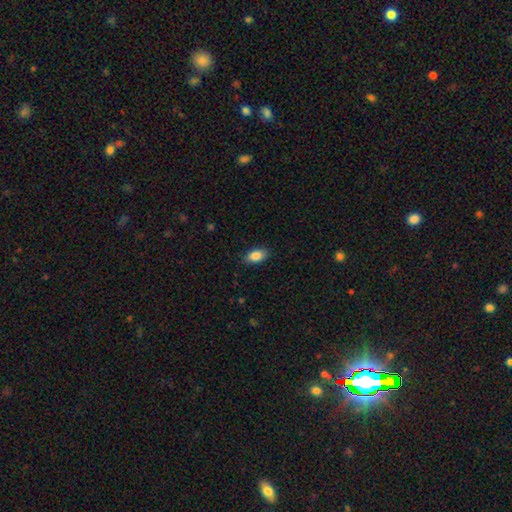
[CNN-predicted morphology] This is clearly a smooth galaxy (87%). How rounded: clearly in between (92%). Merging: clearly none (86%).